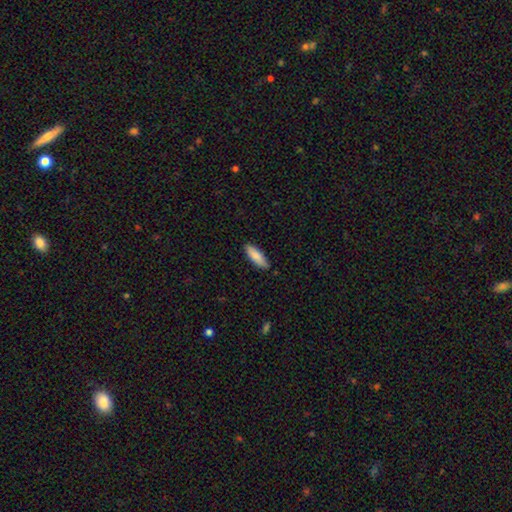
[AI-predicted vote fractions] Q: Smooth or featured?
A: smooth (86%); runner-up: featured or disk (8%)
Q: How rounded?
A: in between (52%); runner-up: cigar-shaped (46%)
Q: Merging?
A: none (86%); runner-up: minor disturbance (11%)